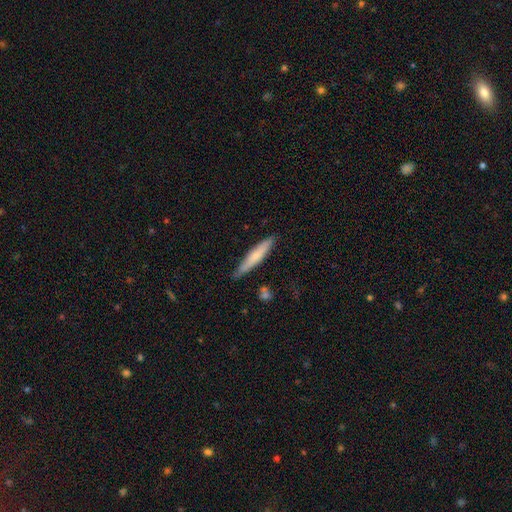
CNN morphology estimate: Smooth or featured?
  - smooth: 67% *
  - featured or disk: 27%
  - star or artifact: 6%
How rounded?
  - cigar-shaped: 91% *
  - in between: 8%
  - round: 1%
Merging?
  - none: 82% *
  - minor disturbance: 14%
  - major disturbance: 2%
  - merger: 2%